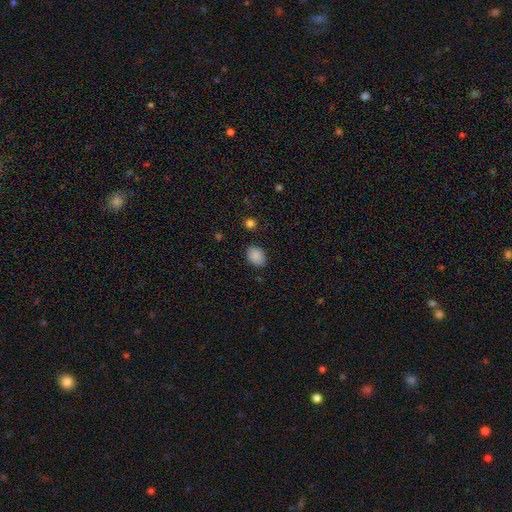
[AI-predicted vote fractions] This appears to be a smooth galaxy with no disk features (87%) that is in between round and cigar-shaped (68%). Merging: none (83%).